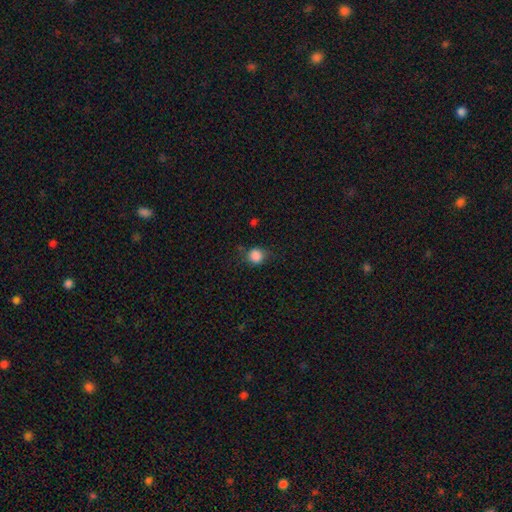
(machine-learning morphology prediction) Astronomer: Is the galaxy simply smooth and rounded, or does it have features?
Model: smooth — 85%.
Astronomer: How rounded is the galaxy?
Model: round — 80%.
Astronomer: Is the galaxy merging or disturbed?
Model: none — 69%.